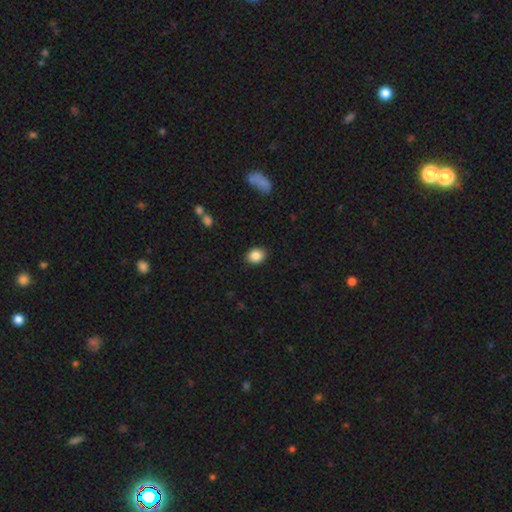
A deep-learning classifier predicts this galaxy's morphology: A smooth galaxy with no disk features (86%) that is in between round and cigar-shaped (53%).

Vote fractions:
- Smooth or featured? smooth: 86% / star or artifact: 9% / featured or disk: 5%
- How rounded? in between: 53% / round: 46% / cigar-shaped: 1%
- Merging? none: 88% / minor disturbance: 8% / major disturbance: 2% / merger: 1%